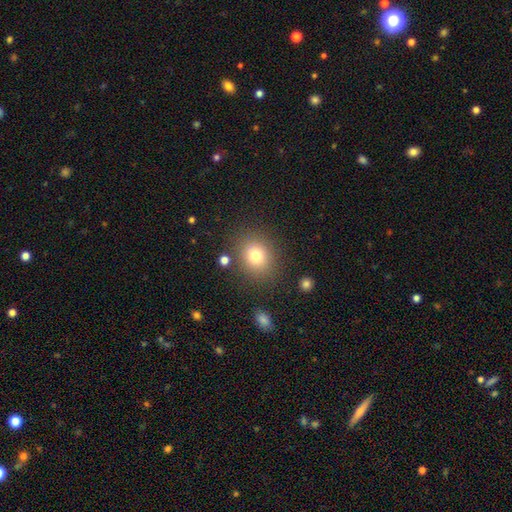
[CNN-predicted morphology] Smooth or featured: smooth — 77% (star or artifact — 13%)
How rounded: round — 73% (in between — 26%)
Merging: none — 83% (minor disturbance — 9%)